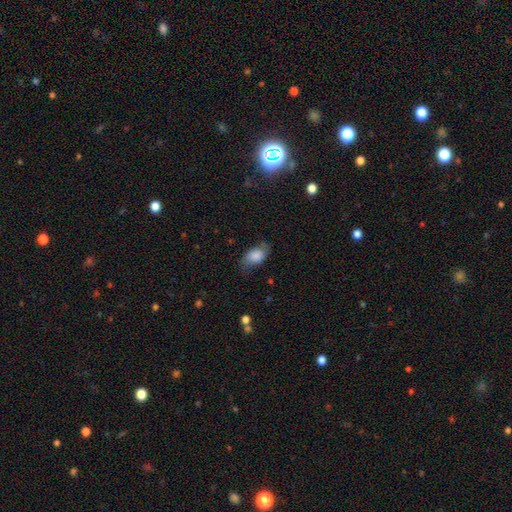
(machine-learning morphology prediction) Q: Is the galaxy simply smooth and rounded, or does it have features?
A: smooth — 81%.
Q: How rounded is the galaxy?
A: in between — 90%.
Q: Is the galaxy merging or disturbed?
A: none — 62%.